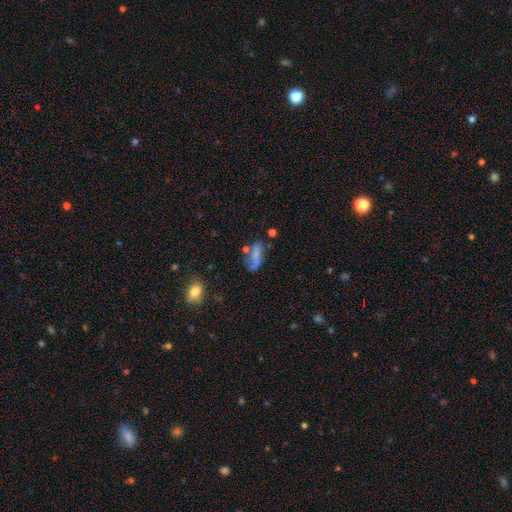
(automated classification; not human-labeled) Overall: smooth (52%; featured or disk 35%). How rounded: in between (66%; cigar-shaped 30%). Merging: none (41%; minor disturbance 24%).